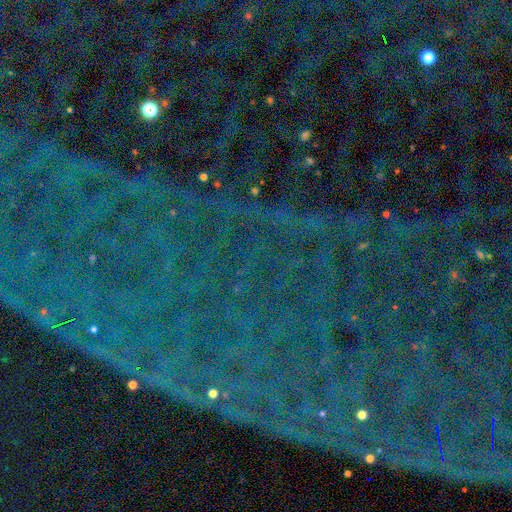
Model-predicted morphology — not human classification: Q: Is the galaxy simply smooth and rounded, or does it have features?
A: star or artifact — 86%.